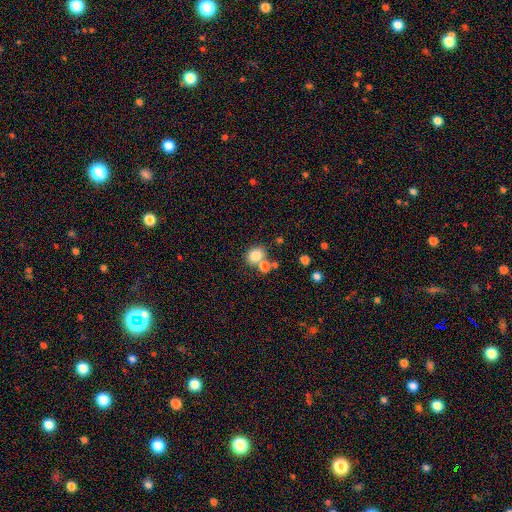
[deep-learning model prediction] This appears to be a smooth galaxy with no disk features (81%) that is round (62%). Merging: none (59%).